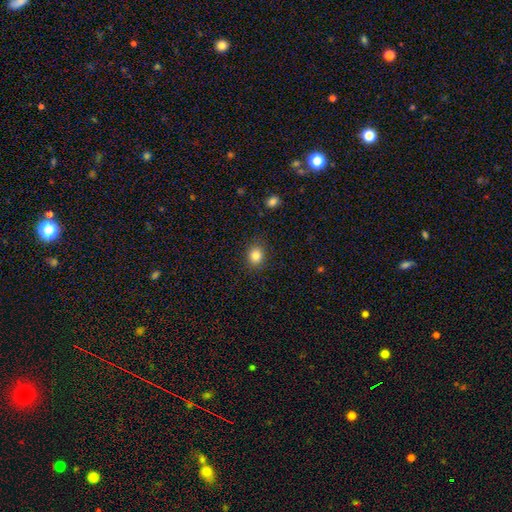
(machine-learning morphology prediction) A smooth galaxy with no disk features (84%) that is round (70%). Merging: none (88%).